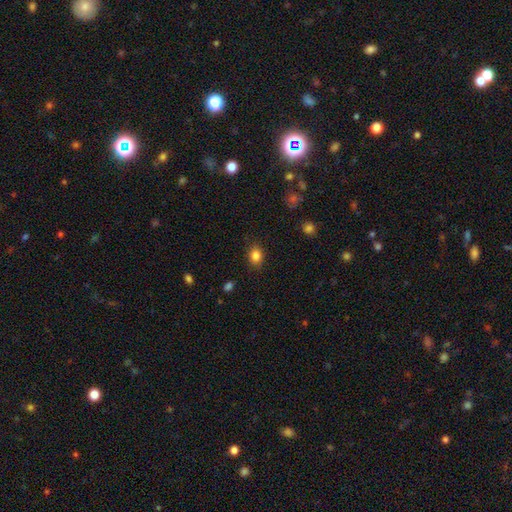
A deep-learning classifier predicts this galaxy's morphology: This is clearly a smooth galaxy (85%). How rounded: possibly in between (59%). Merging: clearly none (86%).